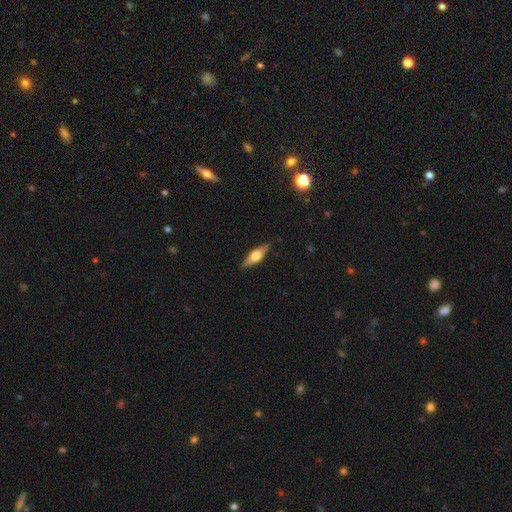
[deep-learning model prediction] smooth-or-featured: featured or disk: 61% | smooth: 33% | star or artifact: 6%
  disk-edge-on: yes: 95% | no: 5%
    edge-on-bulge: rounded: 93% | boxy: 5% | none: 2%
  merging: none: 89% | minor disturbance: 8% | major disturbance: 2% | merger: 1%